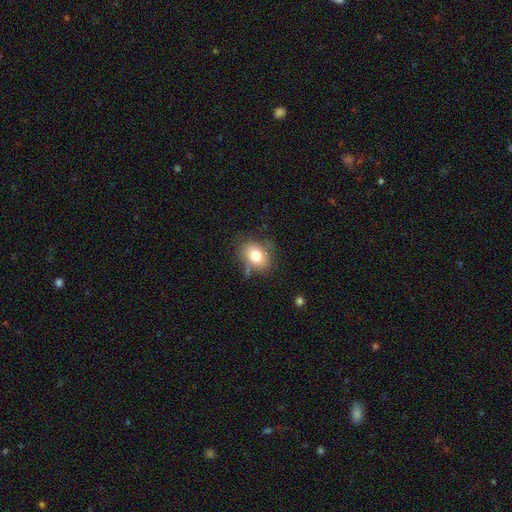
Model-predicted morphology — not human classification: type=smooth (79%); roundness=in between (66%); merging=none (70%).